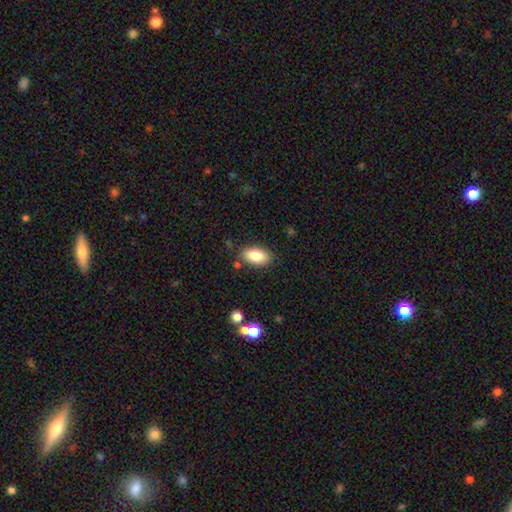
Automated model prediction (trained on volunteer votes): smooth_or_featured: smooth (p=0.82) [alt: featured or disk p=0.10]
how_rounded: in between (p=0.91) [alt: cigar-shaped p=0.05]
merging: none (p=0.82) [alt: minor disturbance p=0.12]